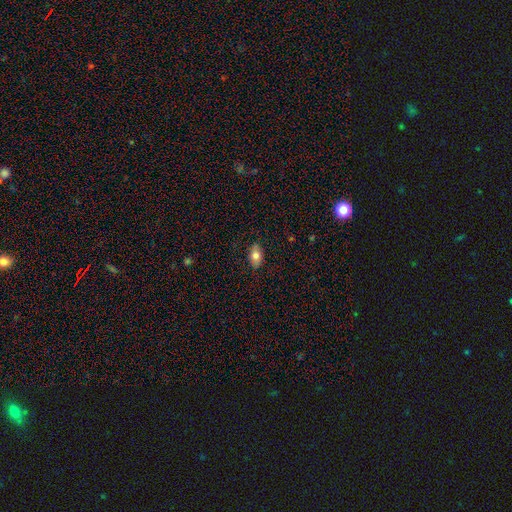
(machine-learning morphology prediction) This appears to be a smooth galaxy with no disk features (77%) that is in between round and cigar-shaped (90%). Merging: none (86%).